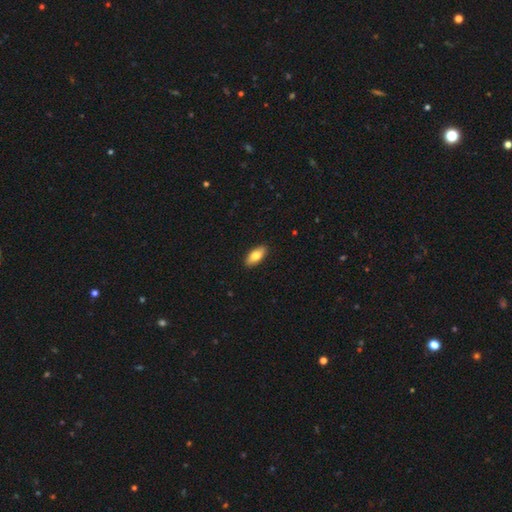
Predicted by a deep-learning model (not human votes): Smooth or featured: smooth — 77% (featured or disk — 17%)
How rounded: in between — 87% (cigar-shaped — 11%)
Merging: none — 90% (minor disturbance — 7%)